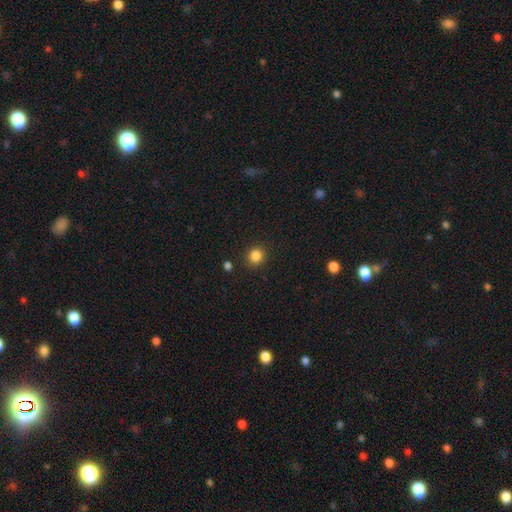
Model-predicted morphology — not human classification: Q: Smooth or featured?
A: smooth (84%); runner-up: star or artifact (12%)
Q: How rounded?
A: round (82%); runner-up: in between (17%)
Q: Merging?
A: none (87%); runner-up: minor disturbance (8%)